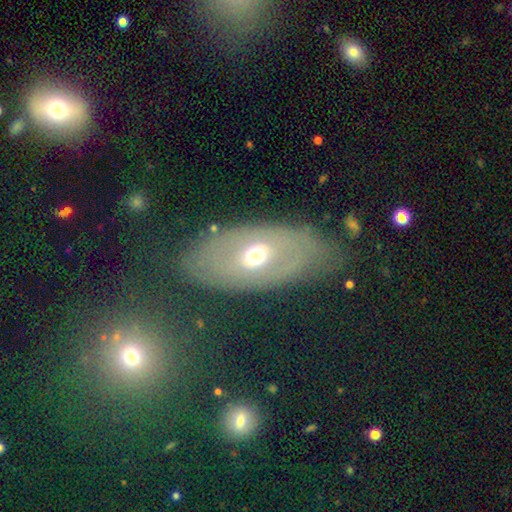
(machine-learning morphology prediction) Smooth or featured: featured or disk — 55% (smooth — 37%)
Edge-on disk: no — 85% (yes — 15%)
Merging: none — 75% (minor disturbance — 14%)